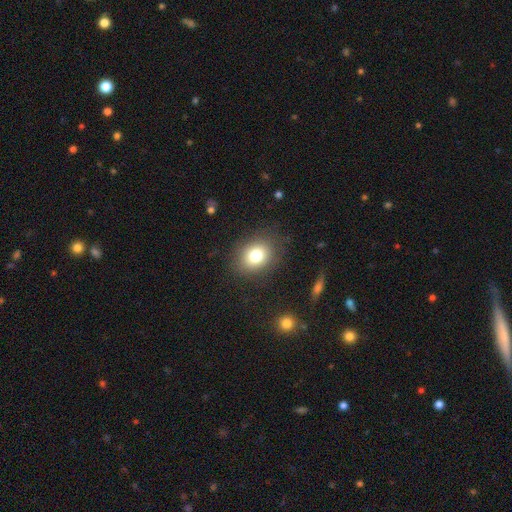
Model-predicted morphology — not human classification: This is likely a smooth galaxy (78%). How rounded: possibly round (50%). Merging: clearly none (84%).